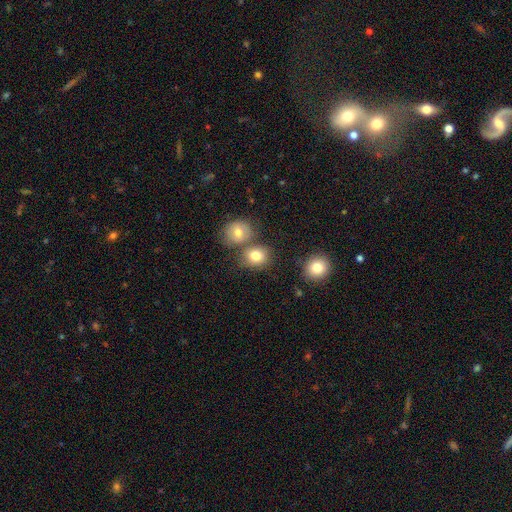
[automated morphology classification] Q: Smooth or featured?
A: smooth (81%); runner-up: star or artifact (11%)
Q: How rounded?
A: round (66%); runner-up: in between (33%)
Q: Merging?
A: none (62%); runner-up: merger (24%)